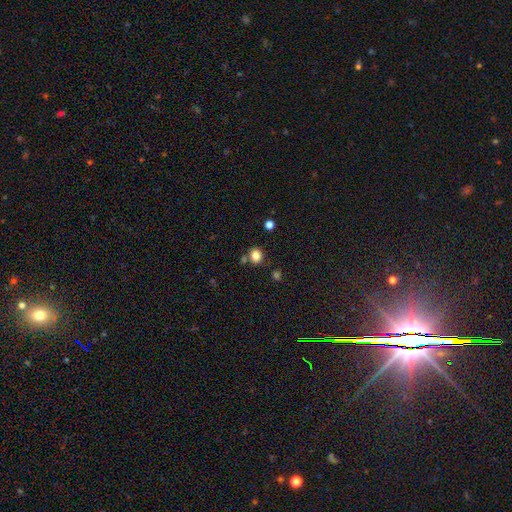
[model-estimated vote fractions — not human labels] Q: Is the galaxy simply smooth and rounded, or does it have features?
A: smooth — 83%.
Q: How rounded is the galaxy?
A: round — 73%.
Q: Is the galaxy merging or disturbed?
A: none — 75%.